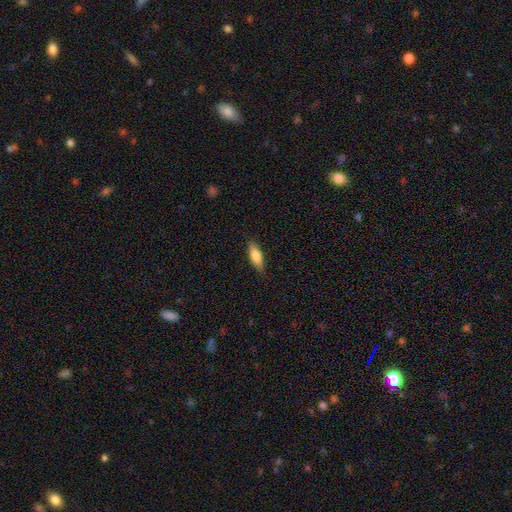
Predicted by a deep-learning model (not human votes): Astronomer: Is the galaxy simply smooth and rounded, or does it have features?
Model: smooth — 78%.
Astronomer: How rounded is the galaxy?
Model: in between — 63%.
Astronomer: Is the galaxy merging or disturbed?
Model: none — 83%.